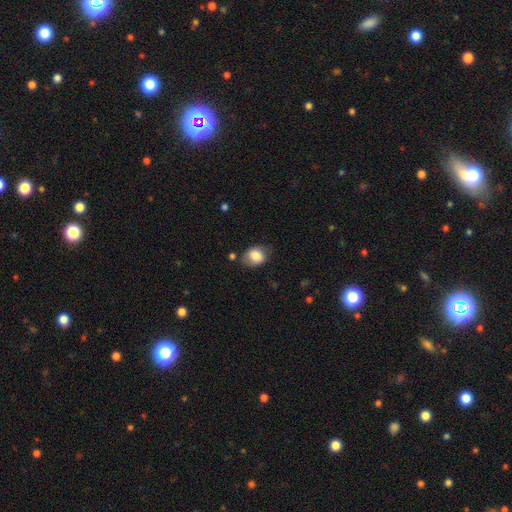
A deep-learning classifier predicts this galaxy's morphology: This is likely a smooth galaxy (80%). How rounded: possibly in between (55%). Merging: likely none (67%).